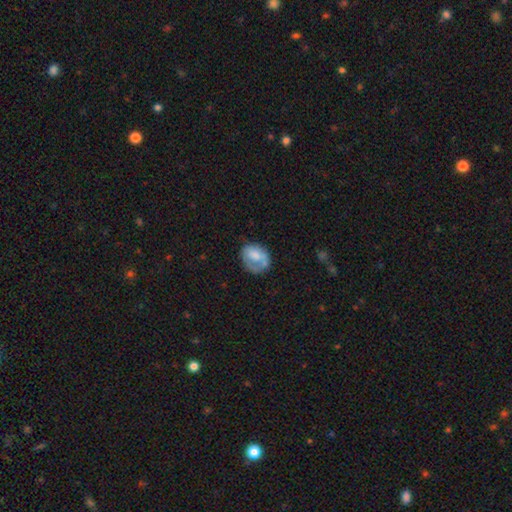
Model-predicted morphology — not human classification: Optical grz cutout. It shows a smooth galaxy with no disk features (61%) that is in between round and cigar-shaped (51%). Merging: none (44%).